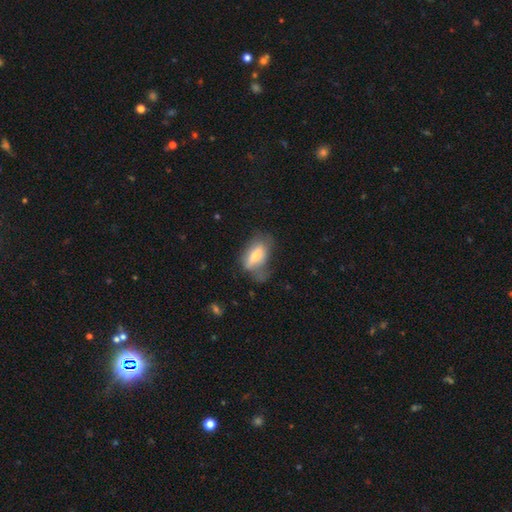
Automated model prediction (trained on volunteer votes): smooth 58%, featured or disk 34%, star or artifact 8%. Down the decision tree: how rounded — in between (85%); merging — none (41%).